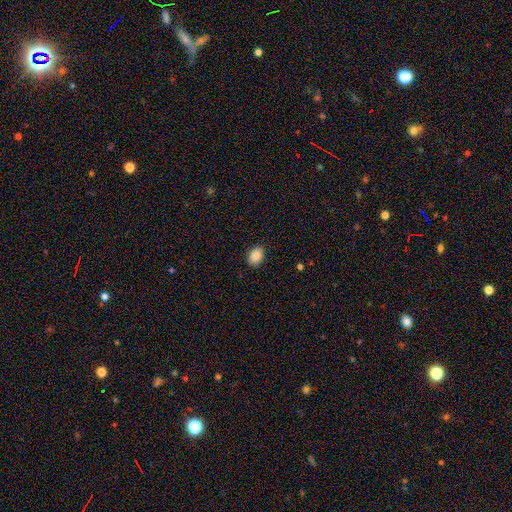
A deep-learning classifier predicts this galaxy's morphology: smooth_or_featured: smooth (p=0.89) [alt: star or artifact p=0.08]
how_rounded: in between (p=0.74) [alt: round p=0.25]
merging: none (p=0.86) [alt: minor disturbance p=0.11]